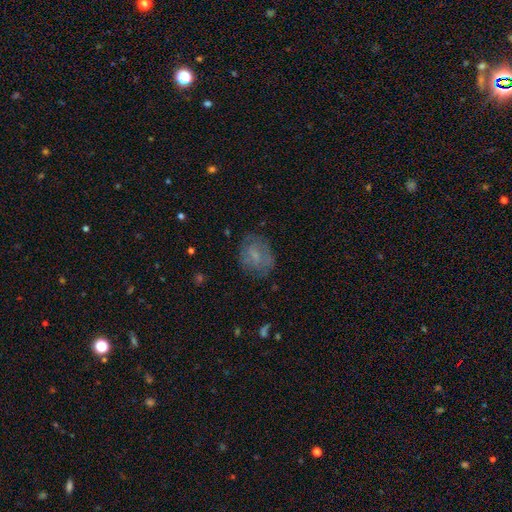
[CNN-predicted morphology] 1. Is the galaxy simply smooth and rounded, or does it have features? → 59% smooth, 31% featured or disk, 10% star or artifact.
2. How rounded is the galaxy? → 53% in between, 46% round, 1% cigar-shaped.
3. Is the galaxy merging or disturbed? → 69% none, 20% minor disturbance, 10% major disturbance, 1% merger.